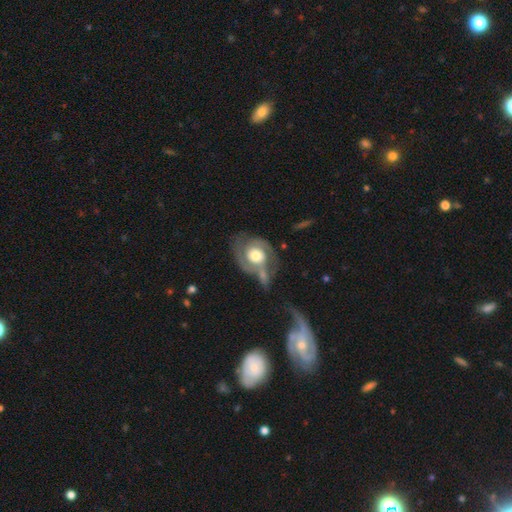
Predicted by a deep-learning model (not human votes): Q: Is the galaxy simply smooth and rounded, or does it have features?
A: featured or disk — 79%.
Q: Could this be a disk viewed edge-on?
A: no — 97%.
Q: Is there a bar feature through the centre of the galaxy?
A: no — 74%.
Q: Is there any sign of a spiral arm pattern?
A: yes — 90%.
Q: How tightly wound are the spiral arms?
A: tight — 43%, tied with medium.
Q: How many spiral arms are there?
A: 2 — 81%.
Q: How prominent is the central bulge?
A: moderate — 58%.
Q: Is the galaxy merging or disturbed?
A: none — 43%.